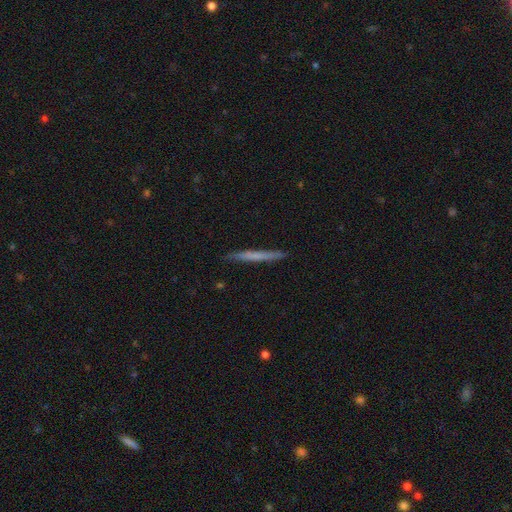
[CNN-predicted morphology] This is possibly a smooth galaxy (58%). How rounded: clearly cigar-shaped (97%). Merging: clearly none (90%).